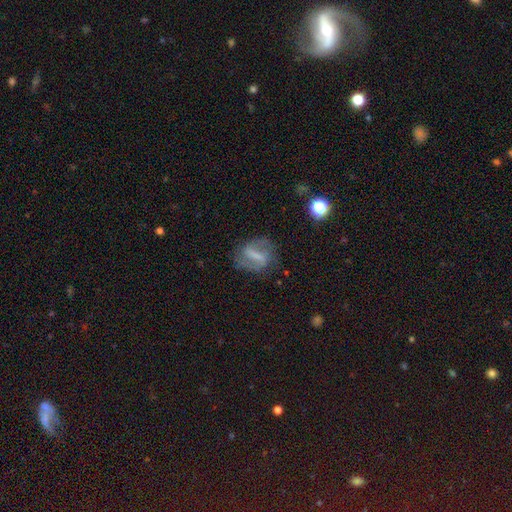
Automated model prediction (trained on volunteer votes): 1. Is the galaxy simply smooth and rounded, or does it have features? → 63% featured or disk, 27% smooth, 10% star or artifact.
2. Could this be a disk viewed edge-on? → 93% no, 7% yes.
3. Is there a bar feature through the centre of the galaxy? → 63% strong, 27% weak, 10% no.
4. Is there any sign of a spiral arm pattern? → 66% yes, 34% no.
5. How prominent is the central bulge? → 51% none, 25% small, 18% moderate, 5% large, 2% dominant.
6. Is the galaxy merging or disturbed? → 71% none, 17% minor disturbance, 10% major disturbance, 2% merger.